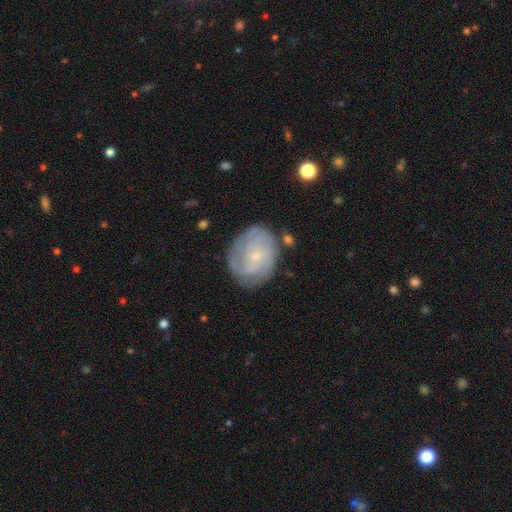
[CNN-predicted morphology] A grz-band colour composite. It shows a featured or disk galaxy (70%) with no bar (73%), tight (64%) spiral arms (87%) and a small central bulge (80%). Merging: none (70%).